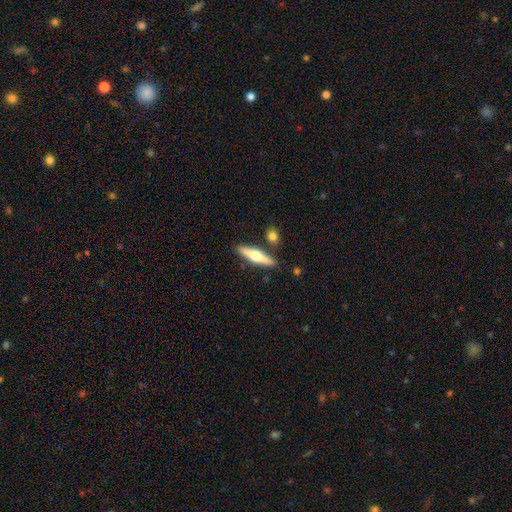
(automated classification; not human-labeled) The model was most divided on "smooth or featured": featured or disk: 51%, smooth: 44%, star or artifact: 5%. More confident: edge-on disk — yes (93%); merging — none (82%).